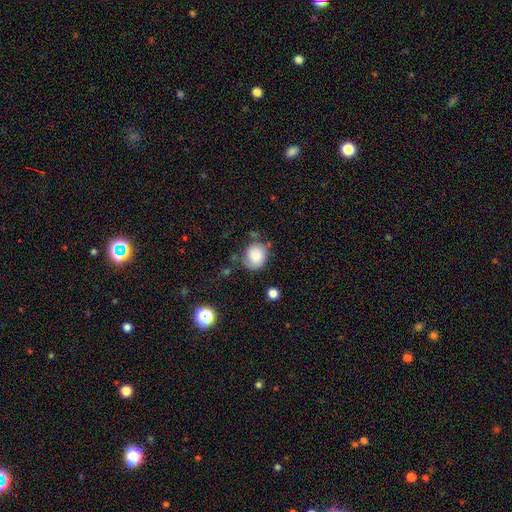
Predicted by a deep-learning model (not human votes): Smooth or featured? smooth (77%)
How rounded? round (71%)
Merging? none (68%)